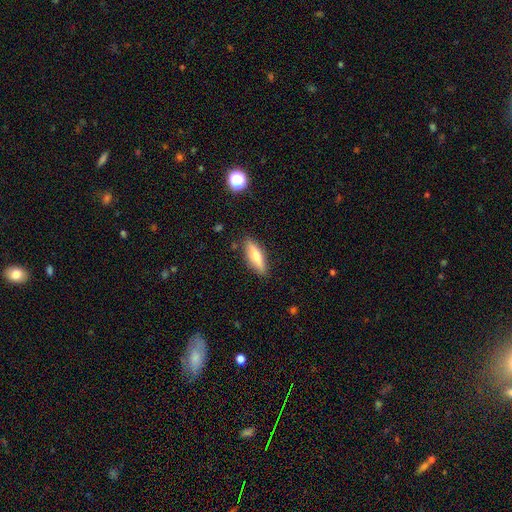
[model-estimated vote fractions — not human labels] Q: Smooth or featured?
A: smooth (57%); runner-up: featured or disk (36%)
Q: How rounded?
A: cigar-shaped (59%); runner-up: in between (38%)
Q: Merging?
A: none (87%); runner-up: minor disturbance (10%)